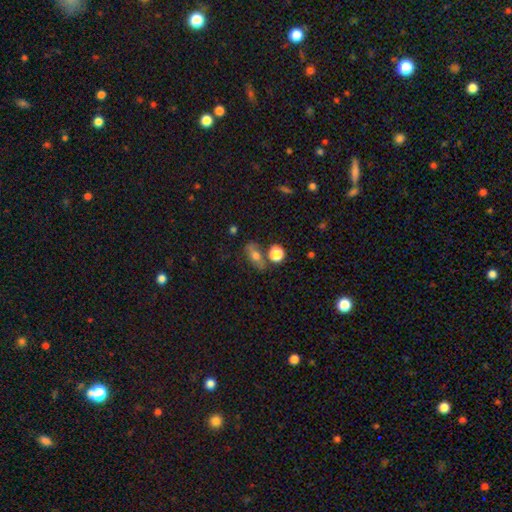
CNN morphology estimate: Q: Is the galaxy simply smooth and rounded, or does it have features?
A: smooth — 45%.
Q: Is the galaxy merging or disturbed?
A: none — 53%.